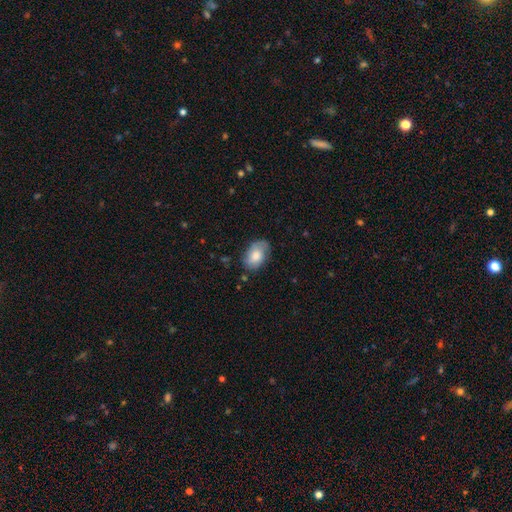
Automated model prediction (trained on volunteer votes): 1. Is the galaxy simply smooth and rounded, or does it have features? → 63% smooth, 30% featured or disk, 7% star or artifact.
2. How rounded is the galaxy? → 88% in between, 11% round, 1% cigar-shaped.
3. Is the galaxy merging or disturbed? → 71% none, 22% minor disturbance, 6% major disturbance, 2% merger.